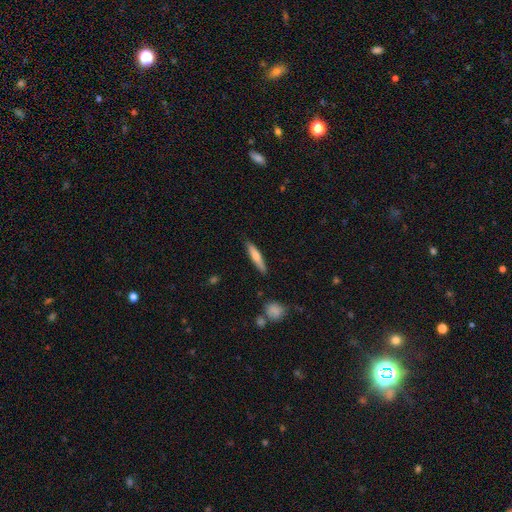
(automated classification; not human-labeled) smooth 63%, featured or disk 31%, star or artifact 6%. Down the decision tree: how rounded — cigar-shaped (87%); merging — none (86%).